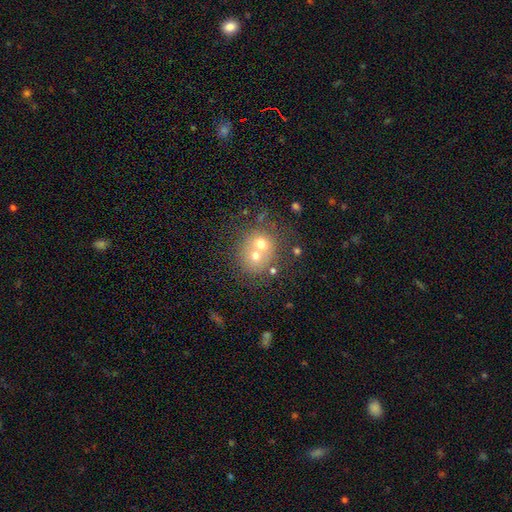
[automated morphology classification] This appears to be a smooth galaxy with no disk features (60%) that is round (80%). Merging: merger (57%).